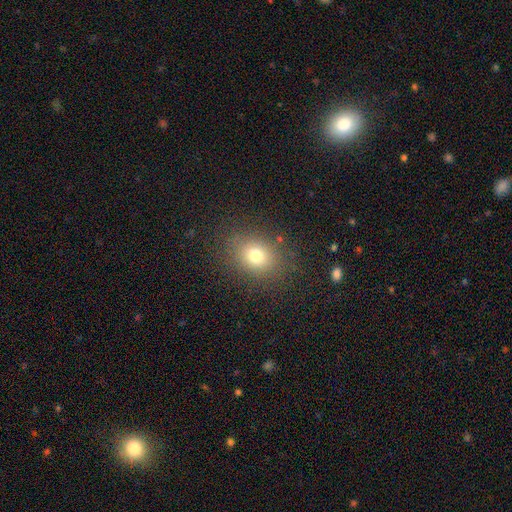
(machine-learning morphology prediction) smooth 75%, star or artifact 15%, featured or disk 10%. Down the decision tree: how rounded — round (58%); merging — none (84%).